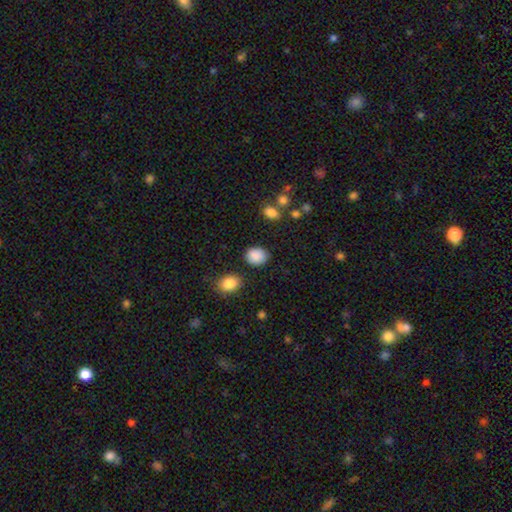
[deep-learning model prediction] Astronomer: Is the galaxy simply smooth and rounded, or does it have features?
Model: smooth — 88%.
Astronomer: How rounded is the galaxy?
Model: round — 51% (runner-up: in between, 48%).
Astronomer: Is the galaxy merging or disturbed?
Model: none — 83%.